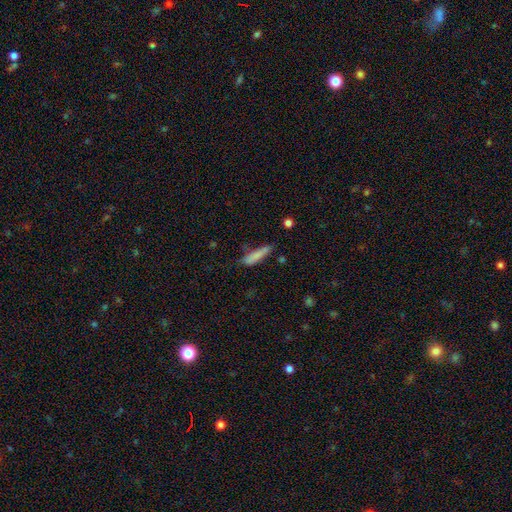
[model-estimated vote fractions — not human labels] A smooth galaxy with no disk features (80%) that is cigar-shaped (77%). Merging: none (60%).